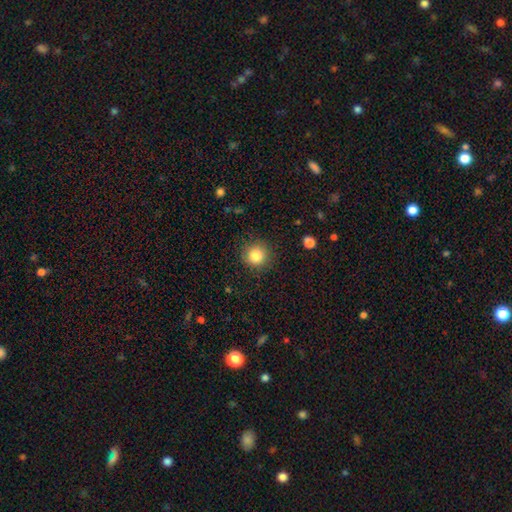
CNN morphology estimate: Overall: smooth (84%). How rounded: round (93%). Merging: none (88%).